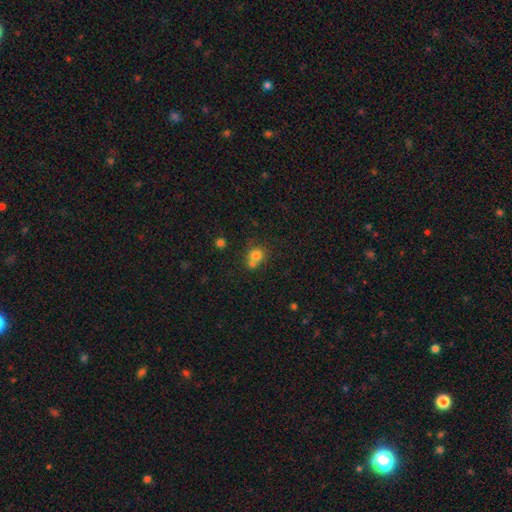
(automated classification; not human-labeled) Overall: smooth (77%). How rounded: round (82%). Merging: none (46%; merger 40%).